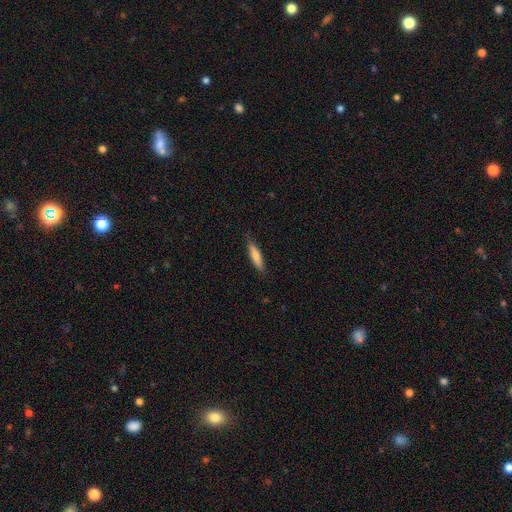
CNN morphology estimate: smooth_or_featured: smooth (p=0.75) [alt: featured or disk p=0.20]
how_rounded: cigar-shaped (p=0.75) [alt: in between p=0.23]
merging: none (p=0.82) [alt: minor disturbance p=0.14]